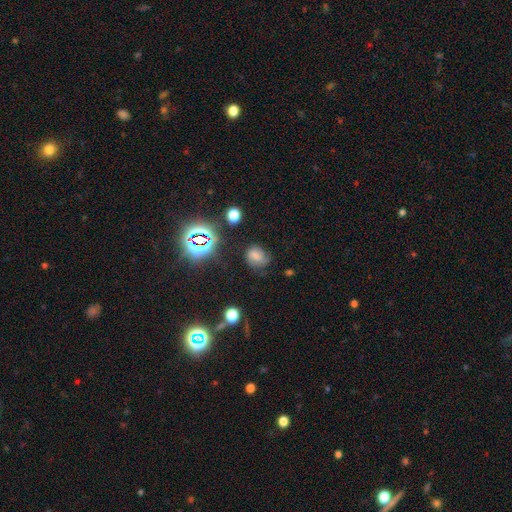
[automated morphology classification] Smooth or featured? smooth (51%)
How rounded? round (53%)
Merging? none (54%)